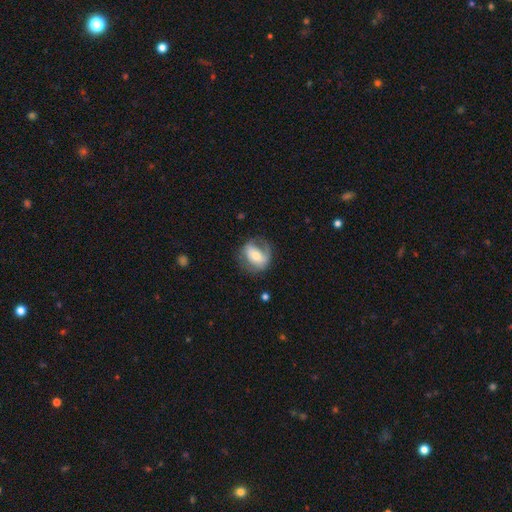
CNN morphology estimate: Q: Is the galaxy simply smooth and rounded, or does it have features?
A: featured or disk — 49%.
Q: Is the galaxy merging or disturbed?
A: none — 56%.